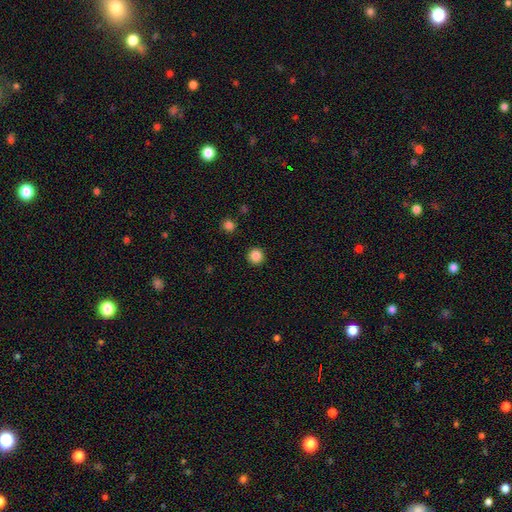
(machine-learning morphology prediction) Smooth or featured? smooth (86%)
How rounded? round (95%)
Merging? none (93%)